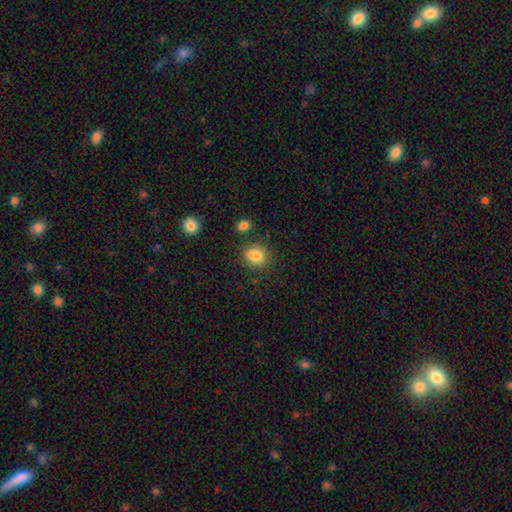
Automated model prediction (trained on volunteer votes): A smooth galaxy with no disk features (83%) that is round (65%). Merging: none (75%).